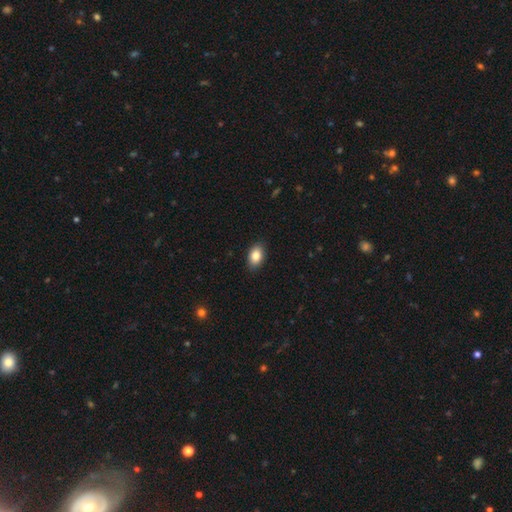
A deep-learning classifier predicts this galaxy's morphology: Q: Smooth or featured?
A: smooth (86%); runner-up: star or artifact (7%)
Q: How rounded?
A: in between (89%); runner-up: round (10%)
Q: Merging?
A: none (89%); runner-up: minor disturbance (9%)